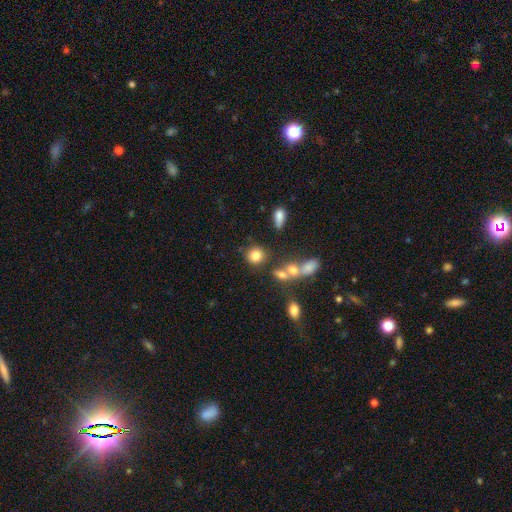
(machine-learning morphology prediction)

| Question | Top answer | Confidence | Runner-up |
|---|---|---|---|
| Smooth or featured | smooth | 80% | star or artifact (11%) |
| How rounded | round | 82% | in between (17%) |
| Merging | none | 74% | merger (11%) |